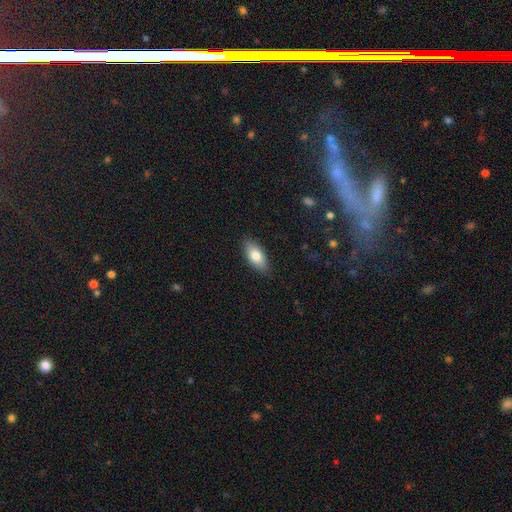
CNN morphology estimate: smooth_or_featured: smooth (p=0.78) [alt: featured or disk p=0.16]
how_rounded: in between (p=0.86) [alt: cigar-shaped p=0.11]
merging: none (p=0.87) [alt: minor disturbance p=0.10]